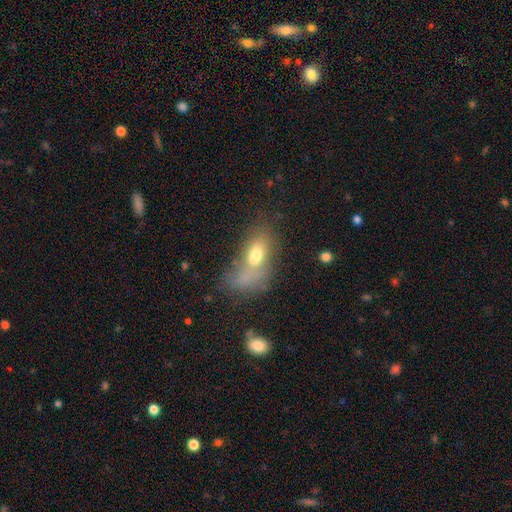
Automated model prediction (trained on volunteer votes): Overall: smooth (64%). How rounded: in between (81%). Merging: merger (37%; none 26%).